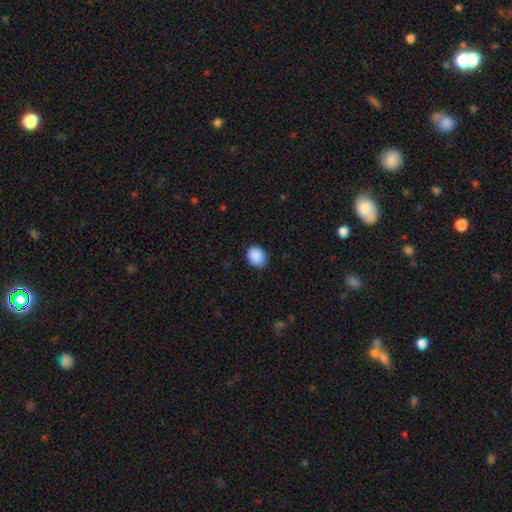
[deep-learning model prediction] The model was most divided on "how rounded": in between: 50%, round: 49%, cigar-shaped: 1%. More confident: smooth or featured — smooth (90%); merging — none (85%).